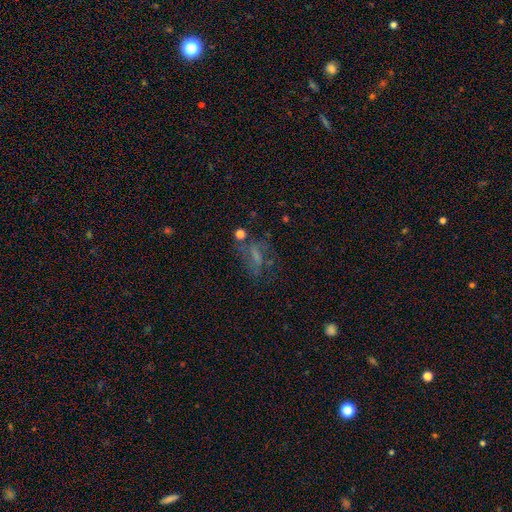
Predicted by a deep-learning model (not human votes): Smooth or featured? smooth (38%)
Merging? none (48%)